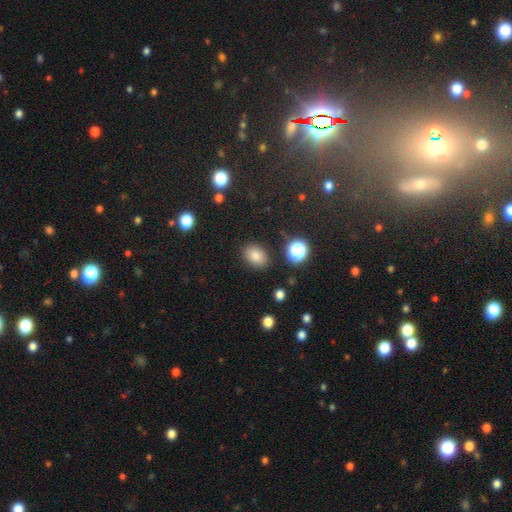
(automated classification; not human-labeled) Q: Smooth or featured?
A: smooth (80%); runner-up: star or artifact (13%)
Q: How rounded?
A: in between (71%); runner-up: round (28%)
Q: Merging?
A: none (86%); runner-up: minor disturbance (9%)